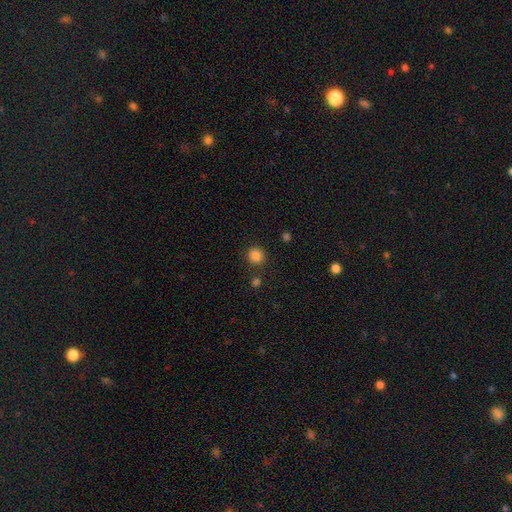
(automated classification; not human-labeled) smooth 85%, star or artifact 11%, featured or disk 3%. Down the decision tree: how rounded — round (91%); merging — none (86%).